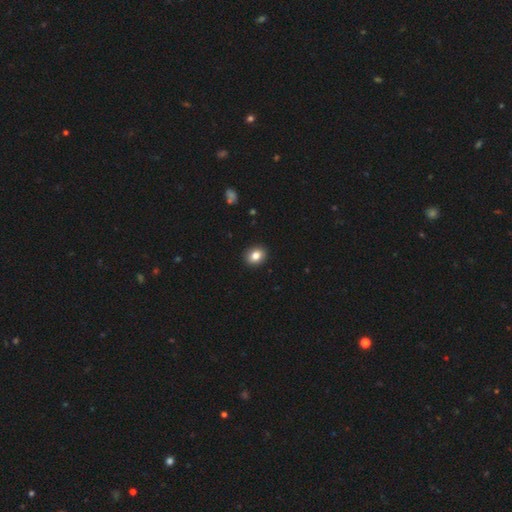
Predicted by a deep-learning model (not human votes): Smooth or featured?
  - smooth: 84% *
  - star or artifact: 9%
  - featured or disk: 7%
How rounded?
  - round: 52% *
  - in between: 47%
  - cigar-shaped: 1%
Merging?
  - none: 91% *
  - minor disturbance: 6%
  - major disturbance: 2%
  - merger: 1%